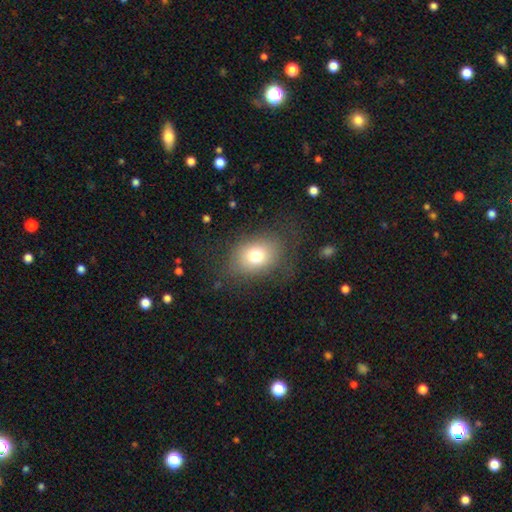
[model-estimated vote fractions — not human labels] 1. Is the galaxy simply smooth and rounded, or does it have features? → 74% smooth, 14% featured or disk, 12% star or artifact.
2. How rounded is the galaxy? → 61% in between, 38% round, 1% cigar-shaped.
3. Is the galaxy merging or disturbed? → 71% none, 16% minor disturbance, 11% major disturbance, 1% merger.